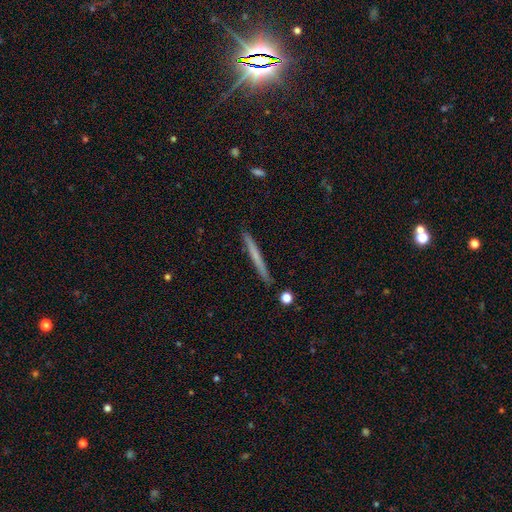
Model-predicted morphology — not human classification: type=smooth (56%); roundness=cigar-shaped (97%); merging=none (91%).